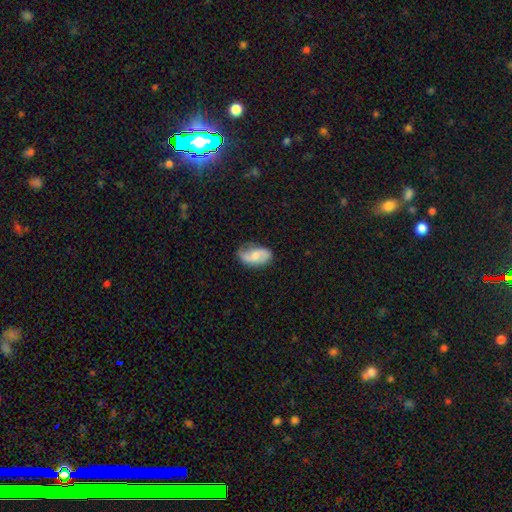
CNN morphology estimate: This is possibly a featured or disk galaxy (56%). It is clearly not viewed edge-on (96%). Bar: possibly no (55%). Spiral arm pattern: clearly yes (89%). Central bulge: marginally moderate (44%). Merging: likely none (61%).